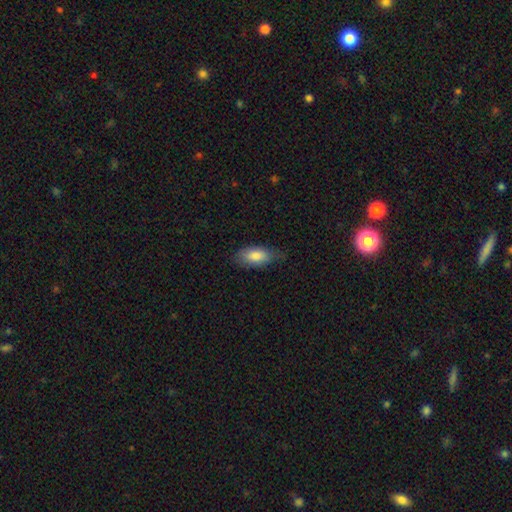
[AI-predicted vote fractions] The model was most divided on "merging": none: 70%, minor disturbance: 24%, major disturbance: 5%, merger: 1%. More confident: how rounded — in between (88%); smooth or featured — smooth (82%).